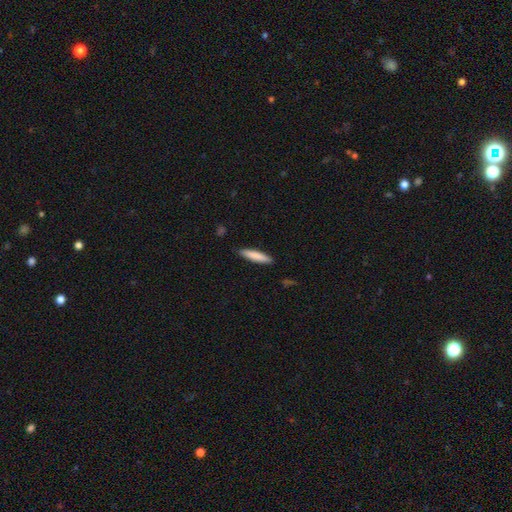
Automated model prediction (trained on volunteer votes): Smooth or featured? Predicted: smooth (p=0.83). How rounded? Predicted: cigar-shaped (p=0.84). Merging? Predicted: none (p=0.89).